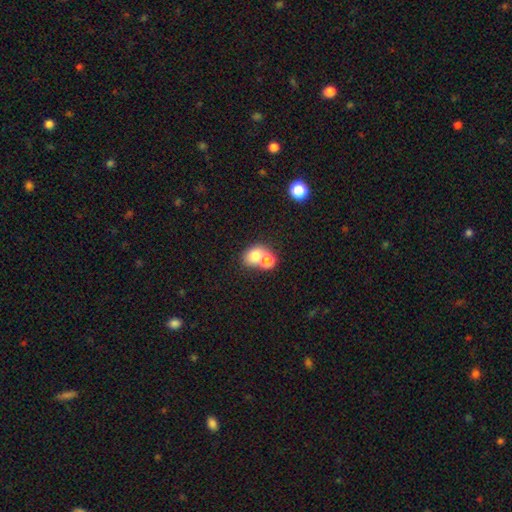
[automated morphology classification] Smooth or featured? smooth (75%)
How rounded? round (51%)
Merging? merger (48%)